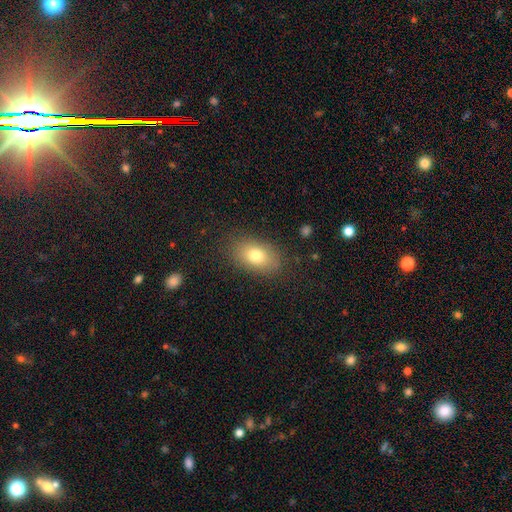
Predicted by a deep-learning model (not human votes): The model was most divided on "smooth or featured": smooth: 76%, featured or disk: 14%, star or artifact: 10%. More confident: how rounded — in between (86%); merging — none (84%).